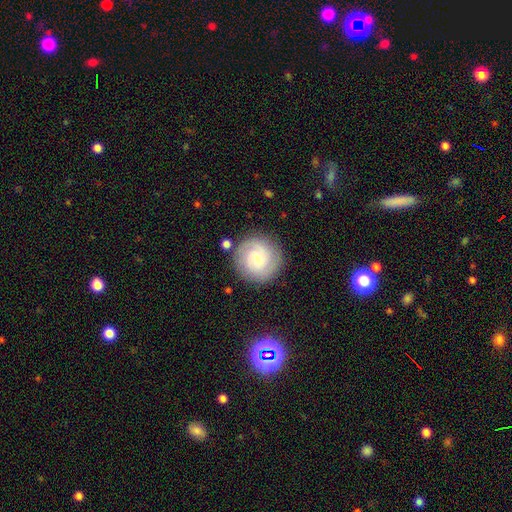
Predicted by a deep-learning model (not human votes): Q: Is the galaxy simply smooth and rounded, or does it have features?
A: featured or disk — 54%.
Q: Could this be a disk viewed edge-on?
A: no — 97%.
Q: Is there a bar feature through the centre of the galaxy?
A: no — 67%.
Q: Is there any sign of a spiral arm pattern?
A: yes — 88%.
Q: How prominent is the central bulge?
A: small — 50%.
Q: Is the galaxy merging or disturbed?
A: none — 85%.